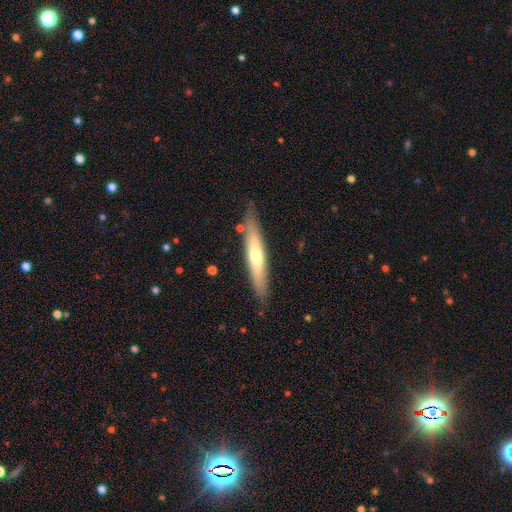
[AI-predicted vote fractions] smooth_or_featured: smooth (p=0.49) [alt: featured or disk p=0.46]
merging: none (p=0.85) [alt: minor disturbance p=0.11]